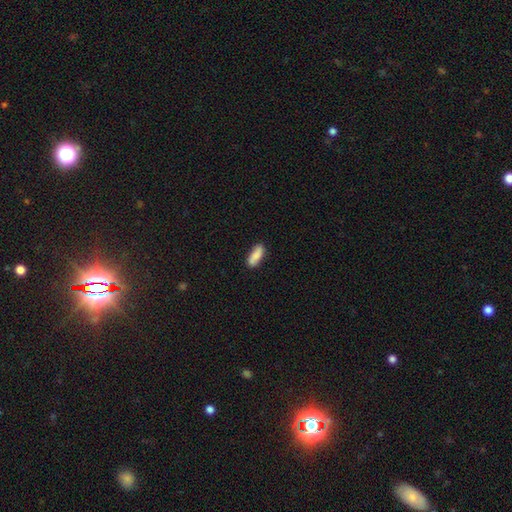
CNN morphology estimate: smooth-or-featured: smooth: 85% | featured or disk: 9% | star or artifact: 6%
  how-rounded: in between: 65% | cigar-shaped: 33% | round: 2%
  merging: none: 80% | minor disturbance: 15% | major disturbance: 3% | merger: 2%